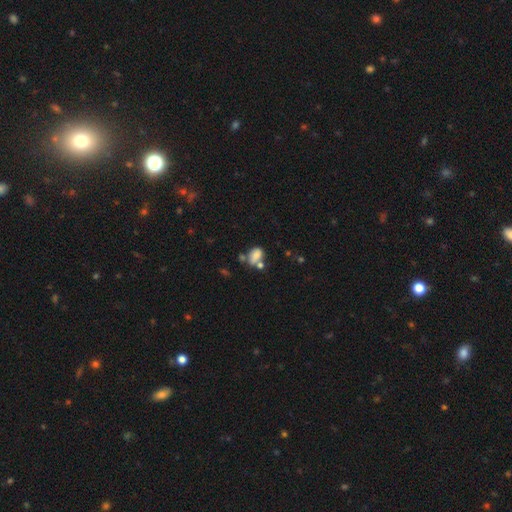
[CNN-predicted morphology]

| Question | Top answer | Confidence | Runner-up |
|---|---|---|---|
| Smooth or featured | smooth | 72% | featured or disk (16%) |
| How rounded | in between | 79% | round (19%) |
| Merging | merger | 40% | none (32%) |